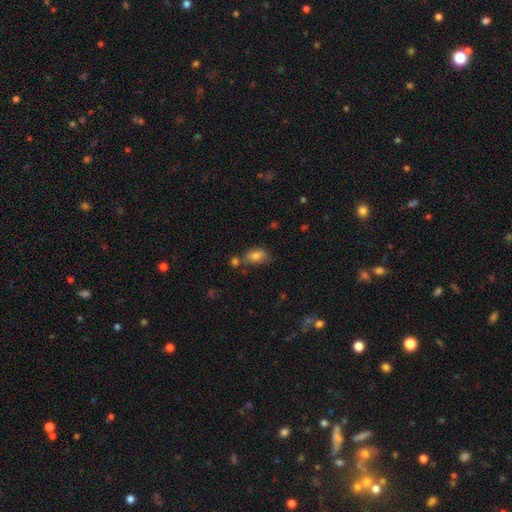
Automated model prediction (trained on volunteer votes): The model was most divided on "merging": none: 55%, minor disturbance: 22%, merger: 16%, major disturbance: 7%. More confident: how rounded — in between (86%); smooth or featured — smooth (80%).